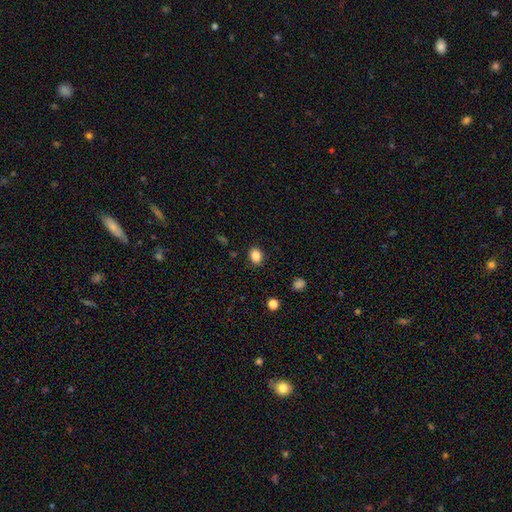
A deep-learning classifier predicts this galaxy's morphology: Q: Smooth or featured?
A: smooth (86%); runner-up: star or artifact (10%)
Q: How rounded?
A: in between (58%); runner-up: round (41%)
Q: Merging?
A: none (87%); runner-up: minor disturbance (9%)